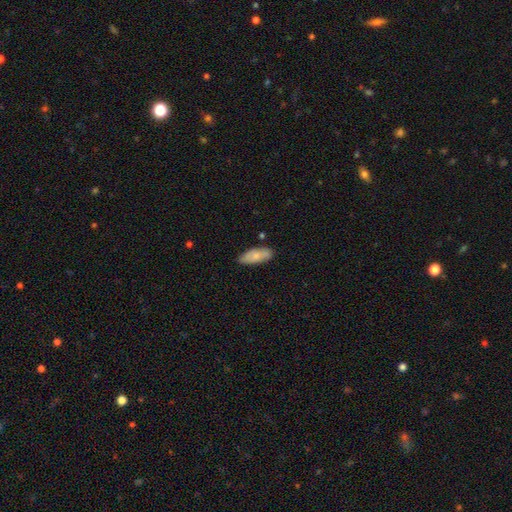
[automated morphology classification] This appears to be a smooth galaxy with no disk features (71%) that is in between round and cigar-shaped (80%). Merging: none (78%).